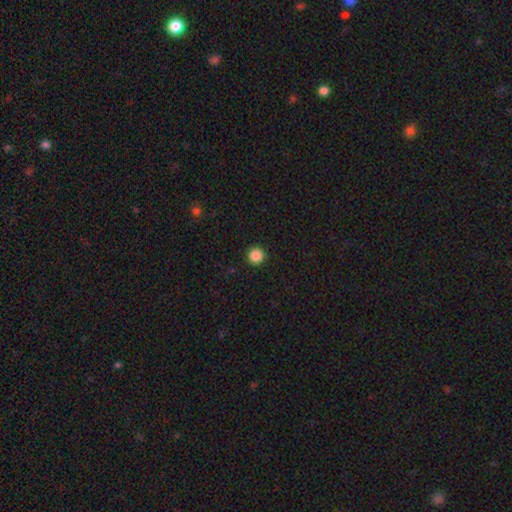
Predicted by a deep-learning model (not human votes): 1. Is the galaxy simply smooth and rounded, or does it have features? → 86% smooth, 11% star or artifact, 3% featured or disk.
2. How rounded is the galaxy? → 96% round, 3% in between, 1% cigar-shaped.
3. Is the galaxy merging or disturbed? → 93% none, 5% minor disturbance, 2% major disturbance, 1% merger.